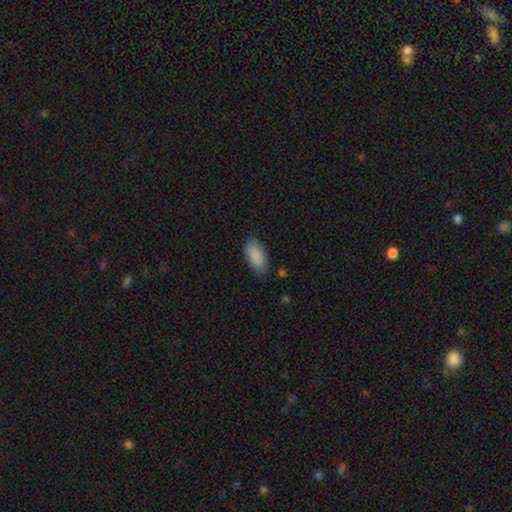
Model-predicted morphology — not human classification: smooth 89%, star or artifact 6%, featured or disk 5%. Down the decision tree: how rounded — in between (93%); merging — none (80%).